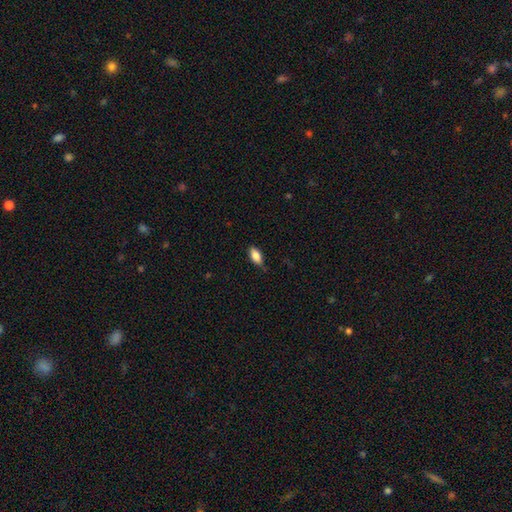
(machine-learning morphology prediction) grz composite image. It shows a smooth galaxy with no disk features (82%) that is in between round and cigar-shaped (88%). Merging: none (76%).